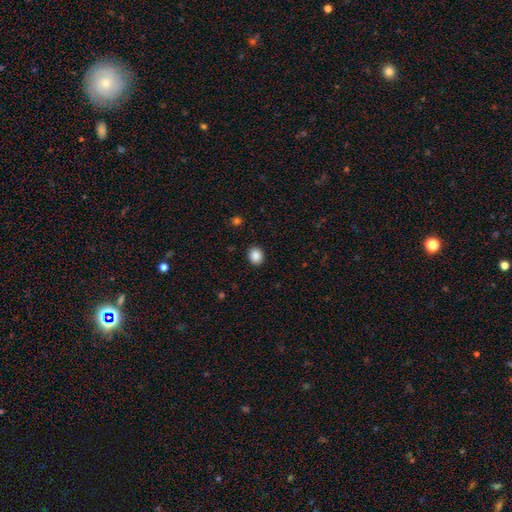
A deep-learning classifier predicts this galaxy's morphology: This appears to be a smooth galaxy with no disk features (88%) that is round (67%). Merging: none (91%).